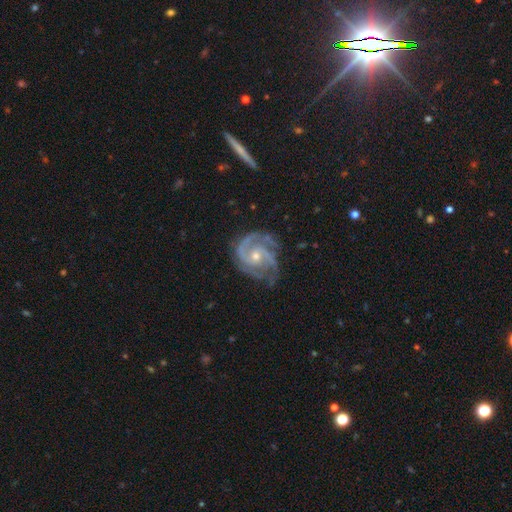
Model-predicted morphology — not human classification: Q: Smooth or featured?
A: featured or disk (92%); runner-up: star or artifact (4%)
Q: Edge-on disk?
A: no (98%); runner-up: yes (2%)
Q: Bar?
A: no (62%); runner-up: weak (30%)
Q: Spiral arms?
A: yes (98%); runner-up: no (2%)
Q: Spiral winding?
A: tight (52%); runner-up: medium (41%)
Q: Spiral arm count?
A: 3 (42%); runner-up: 2 (36%)
Q: Bulge size?
A: small (52%); runner-up: moderate (45%)
Q: Merging?
A: none (69%); runner-up: minor disturbance (21%)